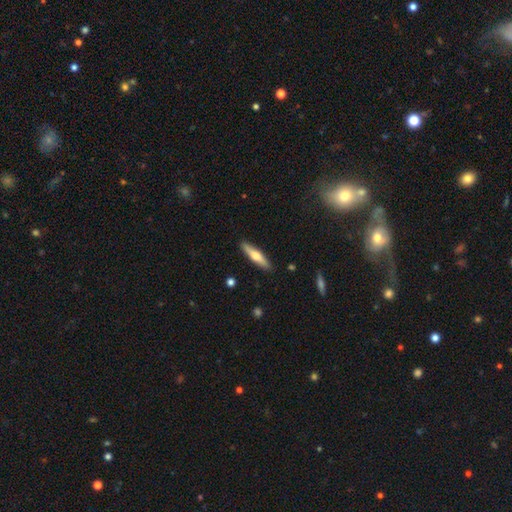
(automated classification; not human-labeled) Morphology: type=smooth (51%); roundness=cigar-shaped (81%); merging=none (89%).